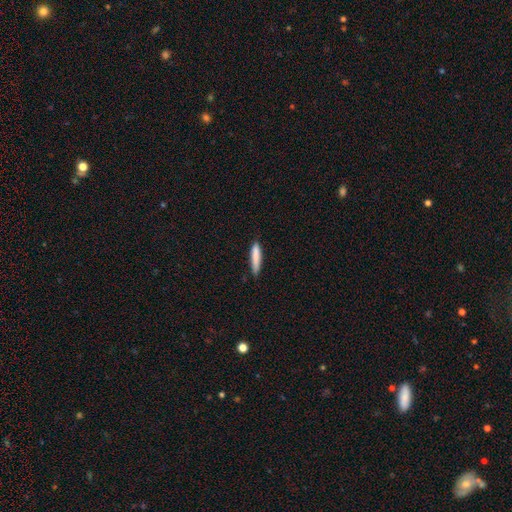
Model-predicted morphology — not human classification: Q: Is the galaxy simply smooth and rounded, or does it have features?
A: smooth — 83%.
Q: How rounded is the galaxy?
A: cigar-shaped — 87%.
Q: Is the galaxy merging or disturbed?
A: none — 80%.